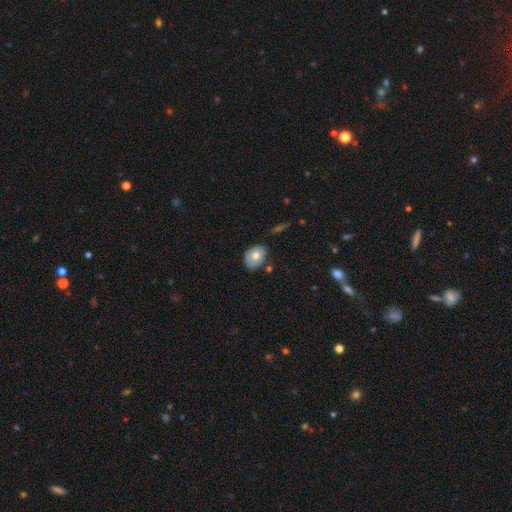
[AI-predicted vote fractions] A smooth galaxy with no disk features (69%) that is in between round and cigar-shaped (68%).

Vote fractions:
- Smooth or featured? smooth: 69% / featured or disk: 23% / star or artifact: 8%
- How rounded? in between: 68% / round: 31% / cigar-shaped: 1%
- Merging? none: 70% / minor disturbance: 21% / merger: 5% / major disturbance: 4%